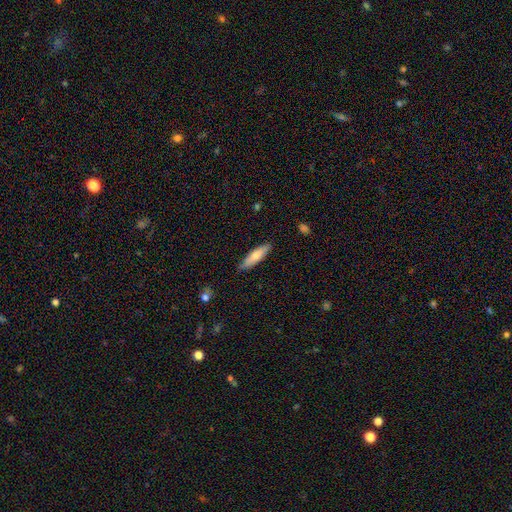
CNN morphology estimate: Overall: smooth (71%). How rounded: cigar-shaped (70%). Merging: none (82%).